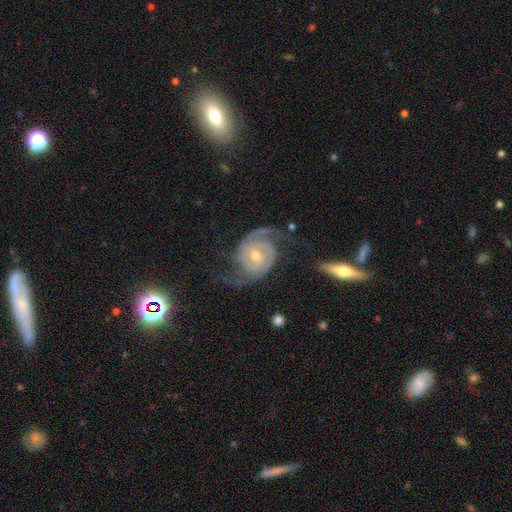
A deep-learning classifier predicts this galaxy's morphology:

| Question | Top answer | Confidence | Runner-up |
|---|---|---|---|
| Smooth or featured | featured or disk | 91% | star or artifact (5%) |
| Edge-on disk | no | 97% | yes (3%) |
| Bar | no | 59% | weak (31%) |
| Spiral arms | yes | 98% | no (2%) |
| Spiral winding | medium | 46% | tight (39%) |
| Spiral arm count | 2 | 86% | 3 (5%) |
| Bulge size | small | 48% | moderate (47%) |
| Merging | none | 69% | minor disturbance (17%) |